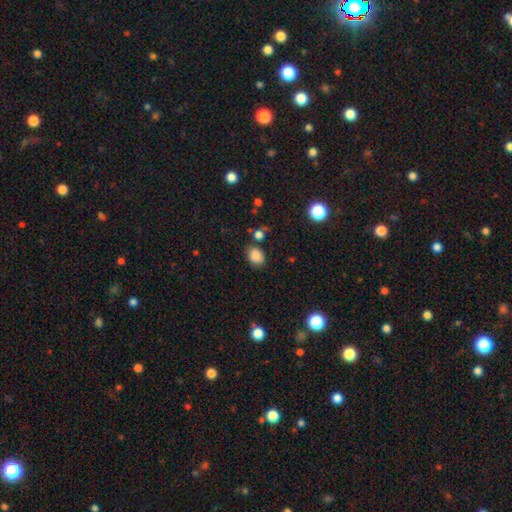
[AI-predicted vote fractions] Smooth or featured? Predicted: smooth (p=0.84). How rounded? Predicted: in between (p=0.54). Merging? Predicted: none (p=0.73).